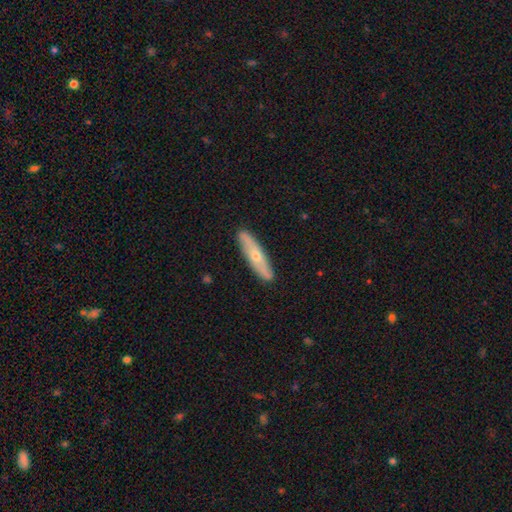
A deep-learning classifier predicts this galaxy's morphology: featured or disk 48%, smooth 47%, star or artifact 5%. Down the decision tree: merging — none (89%).